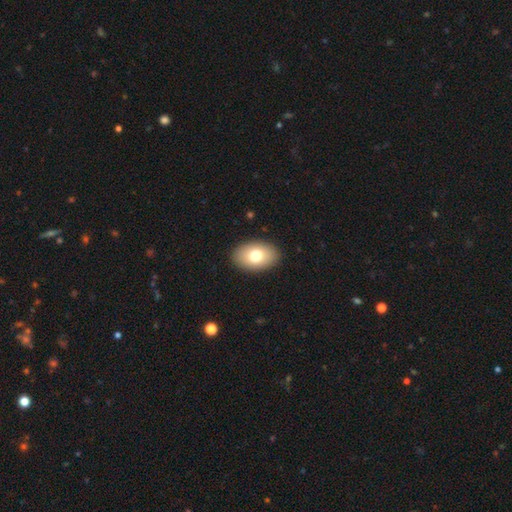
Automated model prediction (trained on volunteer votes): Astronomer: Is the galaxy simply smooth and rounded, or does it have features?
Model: smooth — 75%.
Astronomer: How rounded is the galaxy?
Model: in between — 88%.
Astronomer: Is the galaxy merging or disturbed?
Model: none — 90%.